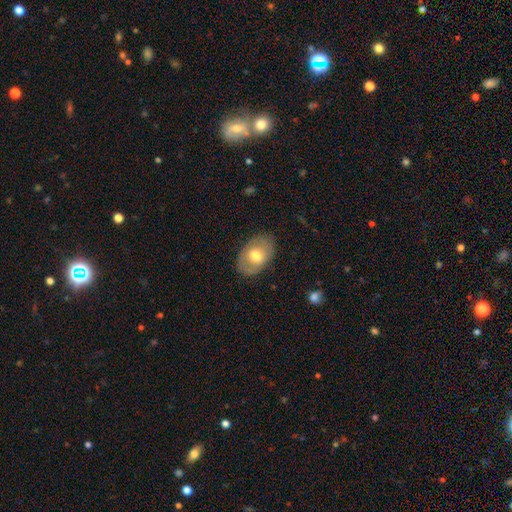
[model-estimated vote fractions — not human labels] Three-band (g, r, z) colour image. It shows a smooth galaxy with no disk features (57%) that is in between round and cigar-shaped (84%). Merging: none (80%).